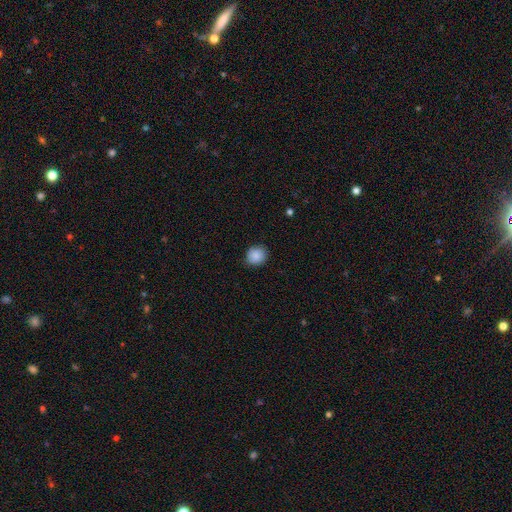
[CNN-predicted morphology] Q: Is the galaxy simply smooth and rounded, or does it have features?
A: smooth — 88%.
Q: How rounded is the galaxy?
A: round — 78%.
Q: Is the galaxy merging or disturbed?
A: none — 84%.